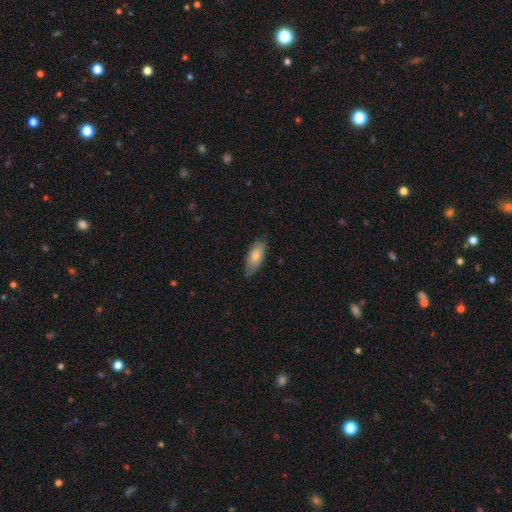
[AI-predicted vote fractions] This is likely a smooth galaxy (78%). How rounded: clearly in between (83%). Merging: likely none (75%).